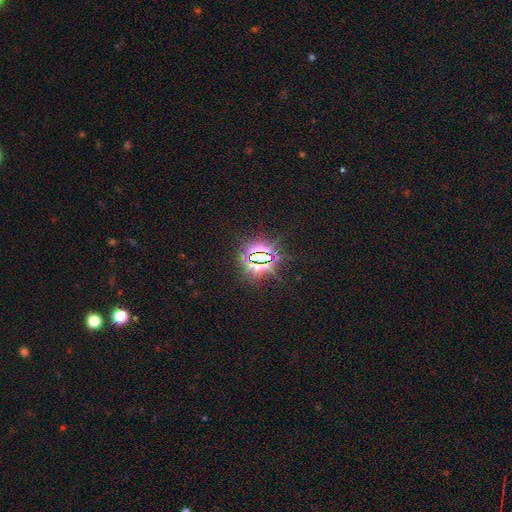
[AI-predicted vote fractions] Overall: star or artifact (83%).